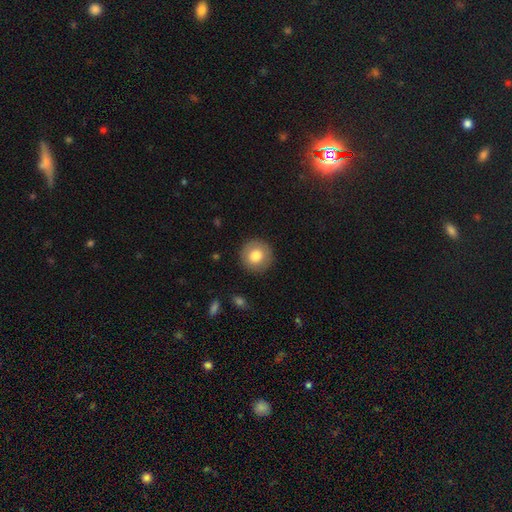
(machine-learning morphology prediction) smooth_or_featured: smooth (p=0.78) [alt: featured or disk p=0.14]
how_rounded: round (p=0.95) [alt: in between p=0.04]
merging: none (p=0.90) [alt: minor disturbance p=0.07]